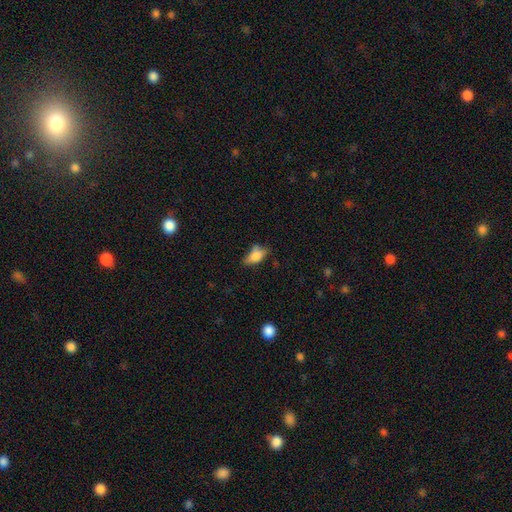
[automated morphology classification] type=smooth (78%); roundness=in between (87%); merging=none (53%).